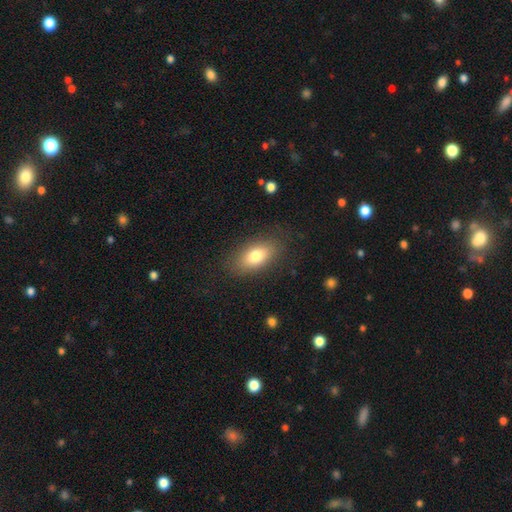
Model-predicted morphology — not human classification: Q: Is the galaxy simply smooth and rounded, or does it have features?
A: smooth — 78%.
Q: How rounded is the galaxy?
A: in between — 88%.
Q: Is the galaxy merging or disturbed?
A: none — 83%.